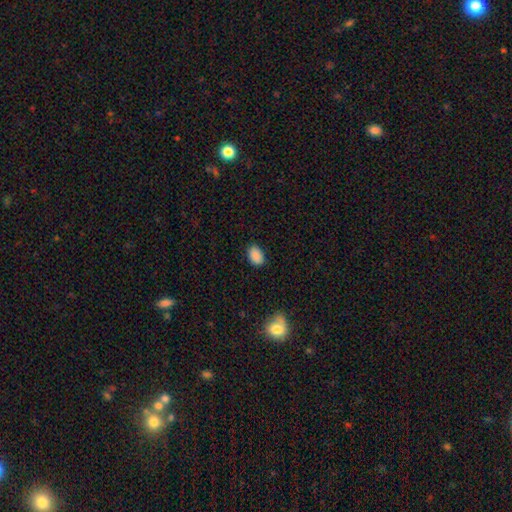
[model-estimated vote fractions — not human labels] Overall: smooth (88%). How rounded: in between (86%). Merging: none (85%).